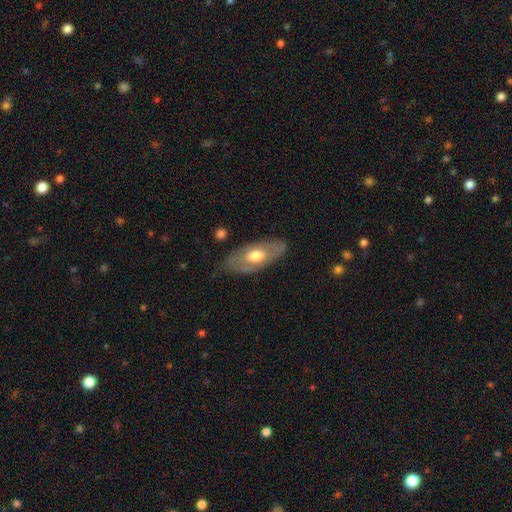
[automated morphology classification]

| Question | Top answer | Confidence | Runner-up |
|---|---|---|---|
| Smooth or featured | featured or disk | 49% | smooth (46%) |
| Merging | none | 73% | minor disturbance (20%) |